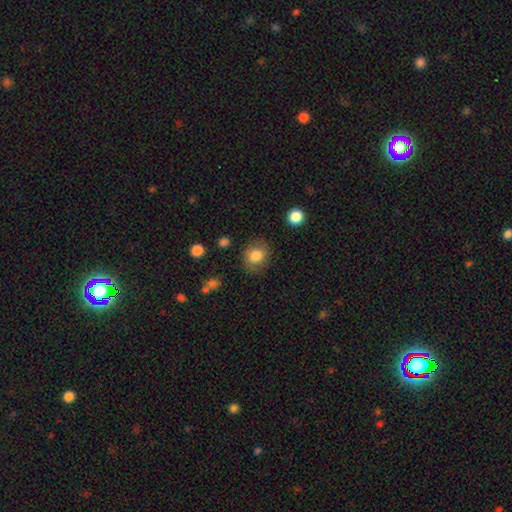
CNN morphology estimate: Smooth or featured? smooth (82%)
How rounded? round (65%)
Merging? none (80%)